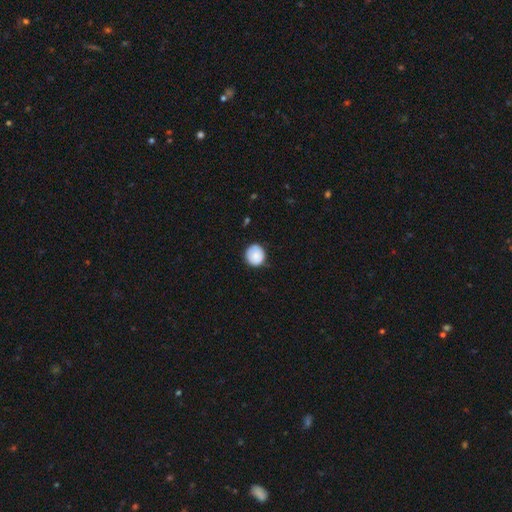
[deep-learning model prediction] Smooth or featured?
  - smooth: 87% *
  - star or artifact: 7%
  - featured or disk: 6%
How rounded?
  - round: 91% *
  - in between: 8%
  - cigar-shaped: 1%
Merging?
  - none: 82% *
  - minor disturbance: 15%
  - major disturbance: 2%
  - merger: 1%